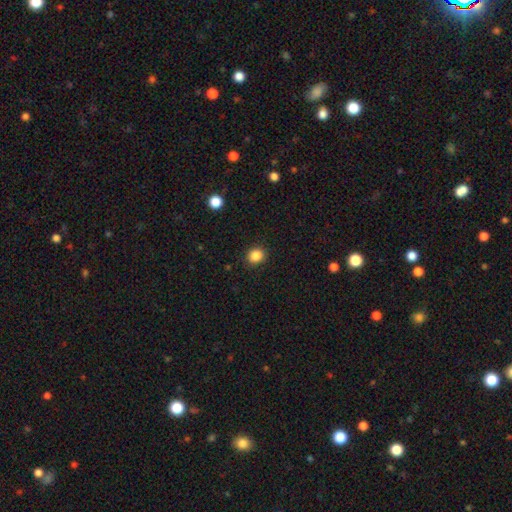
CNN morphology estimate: The model was most divided on "how rounded": round: 75%, in between: 24%, cigar-shaped: 1%. More confident: merging — none (90%); smooth or featured — smooth (86%).